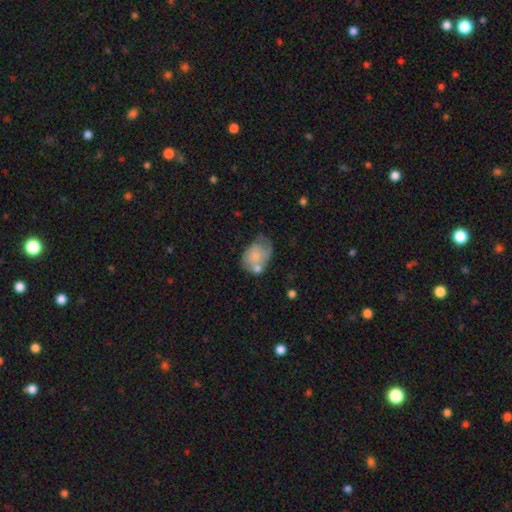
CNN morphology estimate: Q: Smooth or featured?
A: smooth (60%); runner-up: featured or disk (32%)
Q: How rounded?
A: in between (76%); runner-up: round (23%)
Q: Merging?
A: minor disturbance (30%); runner-up: none (29%)